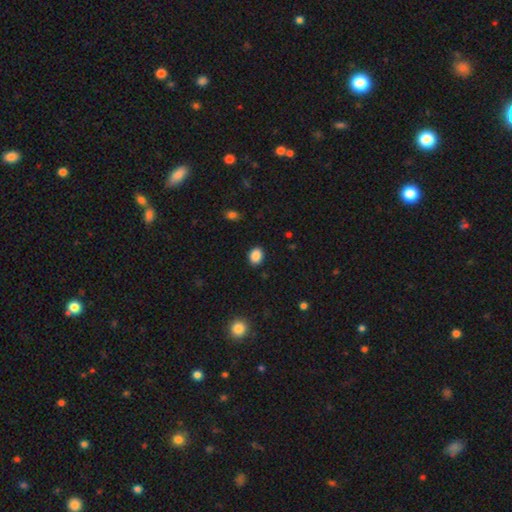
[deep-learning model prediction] smooth-or-featured: smooth: 88% | star or artifact: 9% | featured or disk: 3%
  how-rounded: in between: 57% | round: 42% | cigar-shaped: 1%
  merging: none: 89% | minor disturbance: 8% | major disturbance: 2% | merger: 1%